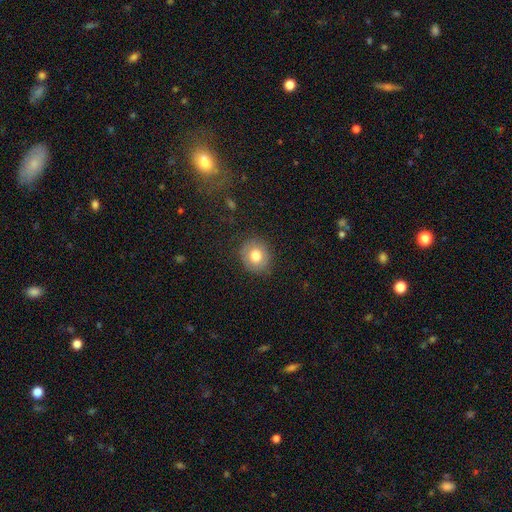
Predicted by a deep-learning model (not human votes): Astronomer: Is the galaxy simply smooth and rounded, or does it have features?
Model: smooth — 75%.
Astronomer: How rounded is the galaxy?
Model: round — 79%.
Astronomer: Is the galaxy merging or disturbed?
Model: none — 85%.